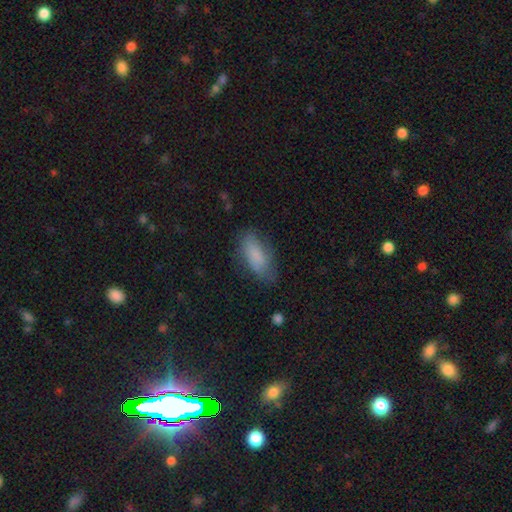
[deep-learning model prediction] Morphology: type=smooth (79%); roundness=in between (80%); merging=none (70%).